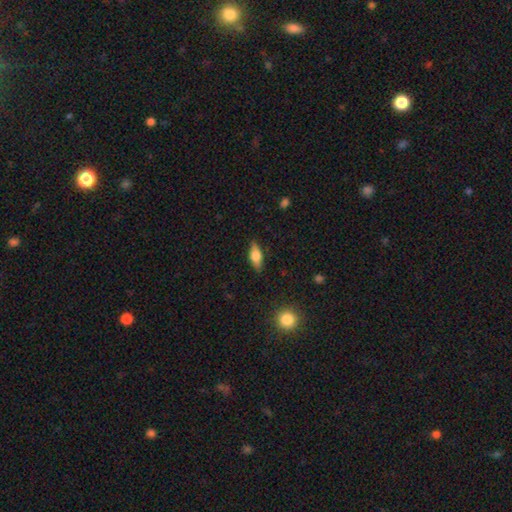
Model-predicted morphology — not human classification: type=smooth (58%); roundness=in between (68%); merging=none (86%).